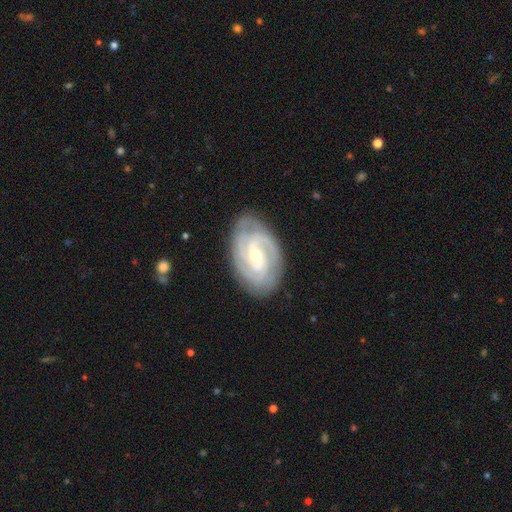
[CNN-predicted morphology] Smooth or featured?
  - featured or disk: 90% *
  - smooth: 6%
  - star or artifact: 4%
Edge-on disk?
  - no: 97% *
  - yes: 3%
Bar?
  - weak: 45% *
  - no: 36%
  - strong: 19%
Spiral arms?
  - yes: 98% *
  - no: 2%
Spiral winding?
  - tight: 67% *
  - medium: 29%
  - loose: 4%
Spiral arm count?
  - 2: 35% *
  - 3: 33%
  - can't tell: 14%
  - 4: 10%
  - more than 4: 4%
  - 1: 4%
Bulge size?
  - small: 59% *
  - moderate: 39%
  - large: 1%
  - none: 1%
  - dominant: 1%
Merging?
  - none: 82% *
  - minor disturbance: 14%
  - major disturbance: 3%
  - merger: 1%